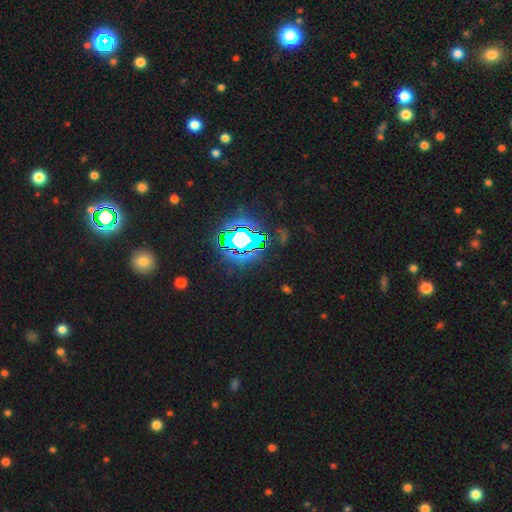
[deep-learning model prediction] smooth_or_featured: star or artifact (p=0.80) [alt: smooth p=0.11]